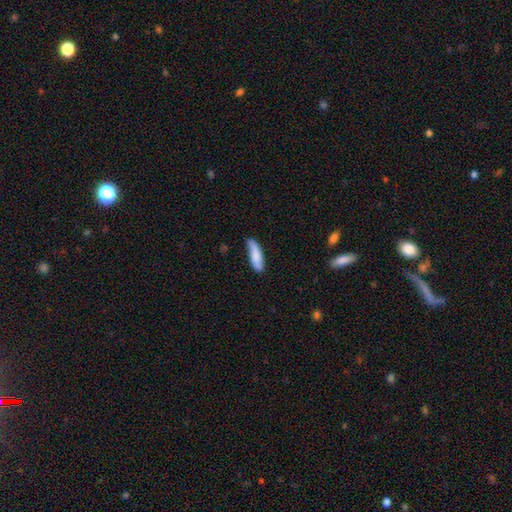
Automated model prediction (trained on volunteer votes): smooth 79%, featured or disk 15%, star or artifact 6%. Down the decision tree: how rounded — cigar-shaped (58%); merging — none (71%).